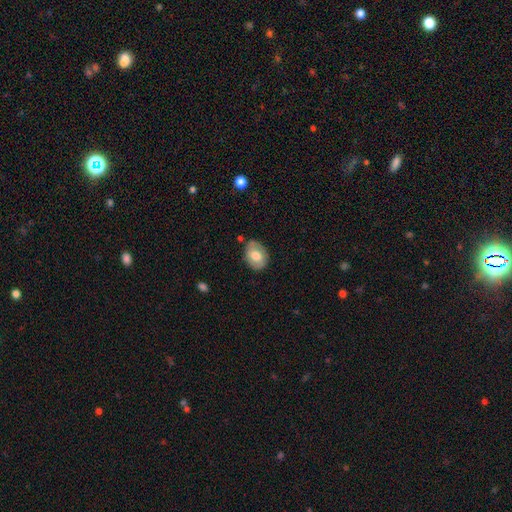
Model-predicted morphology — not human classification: Smooth or featured? smooth (63%)
How rounded? in between (77%)
Merging? none (76%)